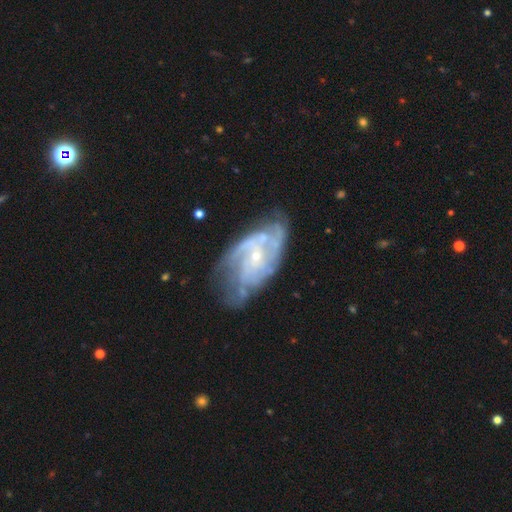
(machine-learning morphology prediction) This is clearly a featured or disk galaxy (86%). It is clearly not viewed edge-on (96%). Bar: possibly no (60%). Spiral arm pattern: clearly yes (93%). Spiral arm count: marginally can't tell (29%). Spiral winding: marginally medium (43%, tied with tight). Central bulge: likely small (78%). Merging: possibly none (56%).